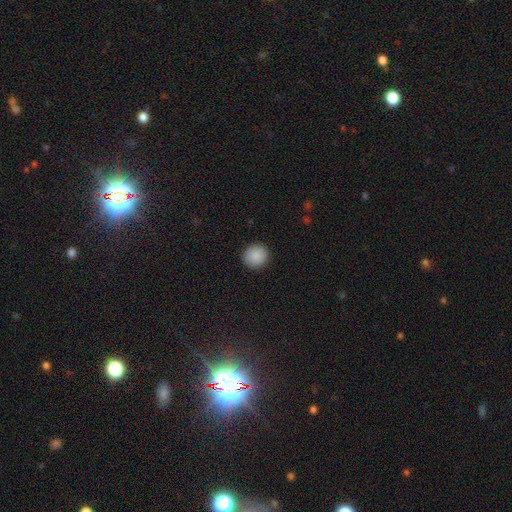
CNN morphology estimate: Smooth or featured? smooth (89%)
How rounded? round (91%)
Merging? none (92%)